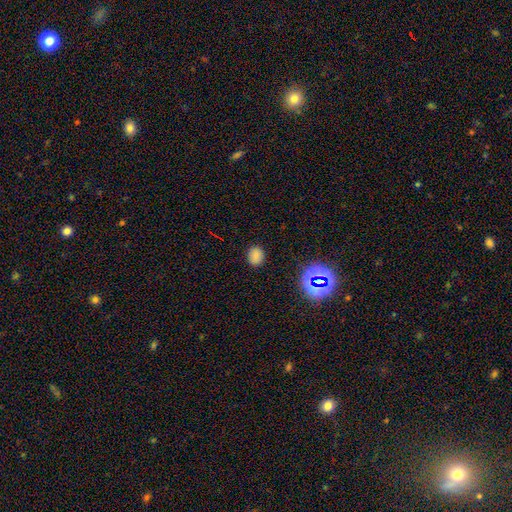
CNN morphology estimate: Overall: smooth (75%). How rounded: round (59%; in between 40%). Merging: none (86%).